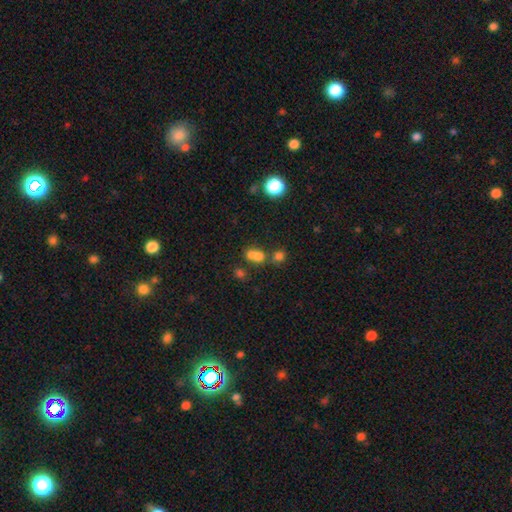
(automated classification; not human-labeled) This is likely a smooth galaxy (69%). How rounded: likely round (62%). Merging: possibly merger (55%).